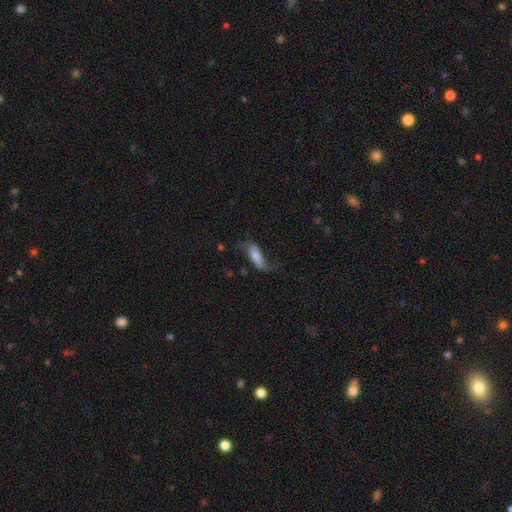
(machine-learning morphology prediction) Q: Smooth or featured?
A: smooth (47%); runner-up: featured or disk (45%)
Q: Merging?
A: none (50%); runner-up: minor disturbance (25%)